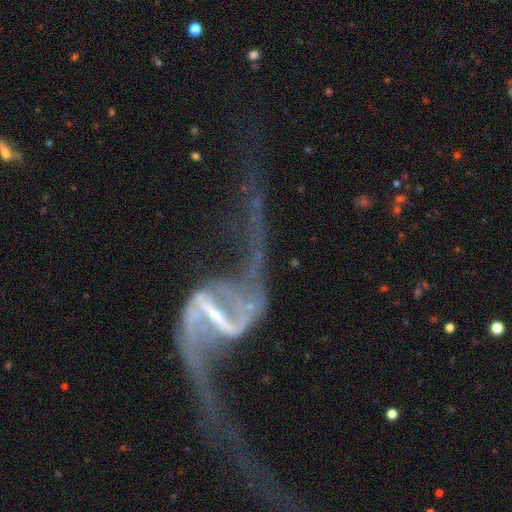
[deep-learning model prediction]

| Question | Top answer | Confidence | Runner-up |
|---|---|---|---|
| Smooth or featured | featured or disk | 93% | star or artifact (5%) |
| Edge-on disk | no | 95% | yes (5%) |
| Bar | strong | 61% | weak (31%) |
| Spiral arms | yes | 97% | no (3%) |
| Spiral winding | loose | 87% | medium (10%) |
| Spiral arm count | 2 | 94% | 1 (1%) |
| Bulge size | small | 69% | moderate (15%) |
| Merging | none | 51% | major disturbance (26%) |